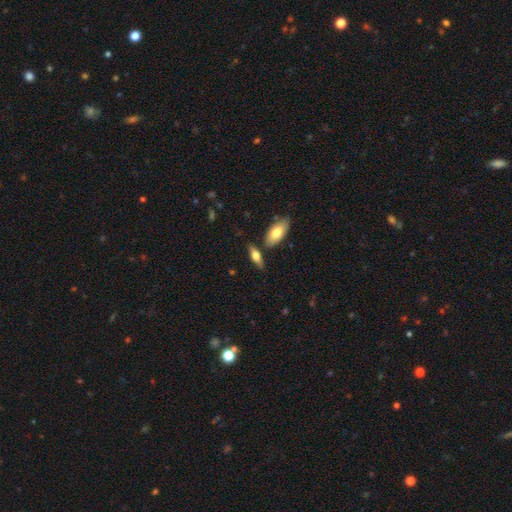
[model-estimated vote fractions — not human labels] The model was most divided on "smooth or featured": smooth: 67%, featured or disk: 27%, star or artifact: 6%. More confident: how rounded — in between (70%); merging — none (68%).